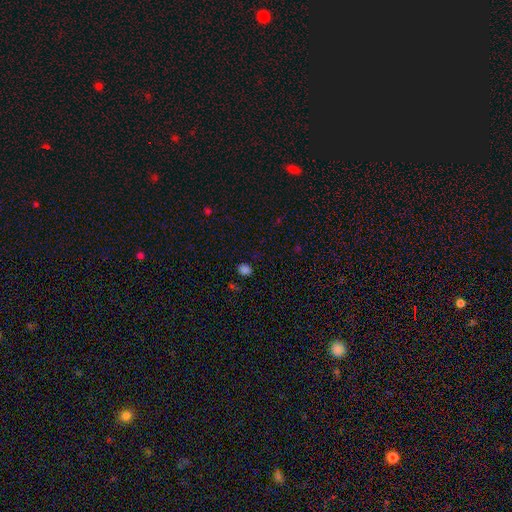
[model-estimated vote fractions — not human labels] Smooth or featured: smooth — 75% (star or artifact — 22%)
How rounded: round — 61% (in between — 38%)
Merging: none — 85% (minor disturbance — 10%)